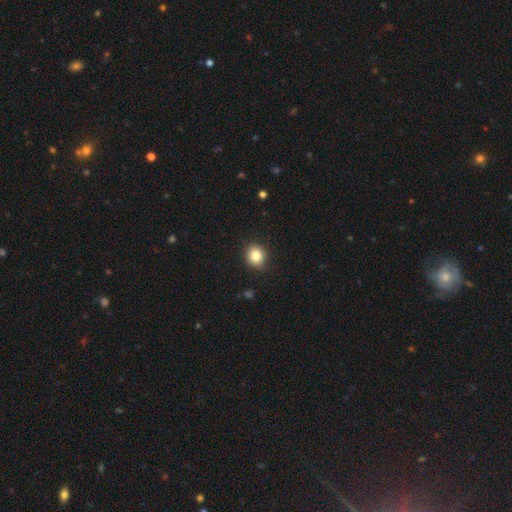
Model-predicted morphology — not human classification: Smooth or featured? Predicted: smooth (p=0.84). How rounded? Predicted: round (p=0.81). Merging? Predicted: none (p=0.88).